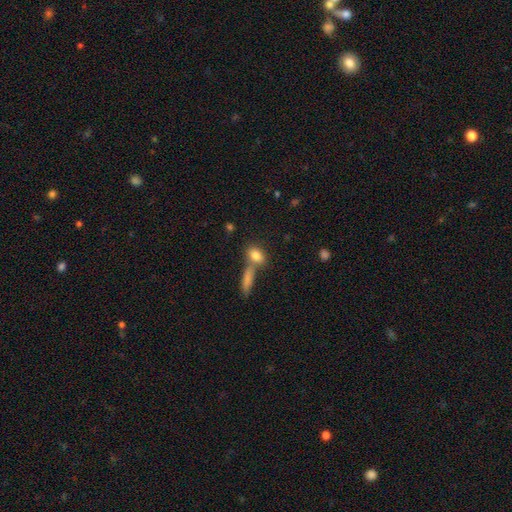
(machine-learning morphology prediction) Q: Smooth or featured?
A: smooth (81%); runner-up: featured or disk (10%)
Q: How rounded?
A: in between (70%); runner-up: round (19%)
Q: Merging?
A: none (49%); runner-up: merger (36%)